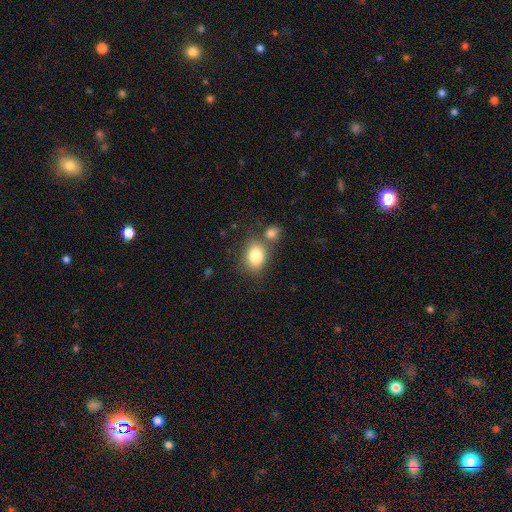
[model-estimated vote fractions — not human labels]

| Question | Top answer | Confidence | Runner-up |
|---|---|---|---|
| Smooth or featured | smooth | 82% | featured or disk (9%) |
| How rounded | in between | 63% | round (36%) |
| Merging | none | 58% | merger (24%) |